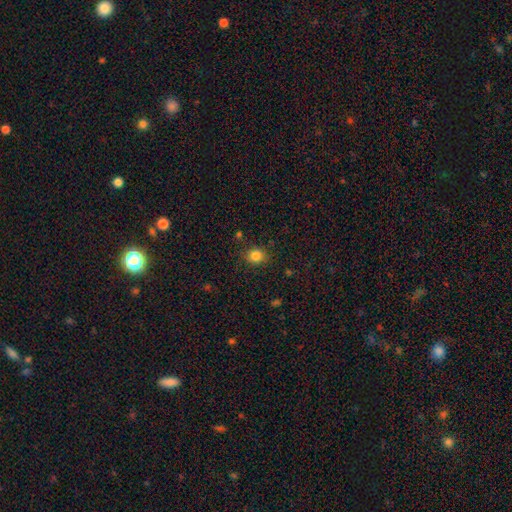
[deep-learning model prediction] This appears to be a smooth galaxy with no disk features (83%) that is round (72%). Merging: none (85%).